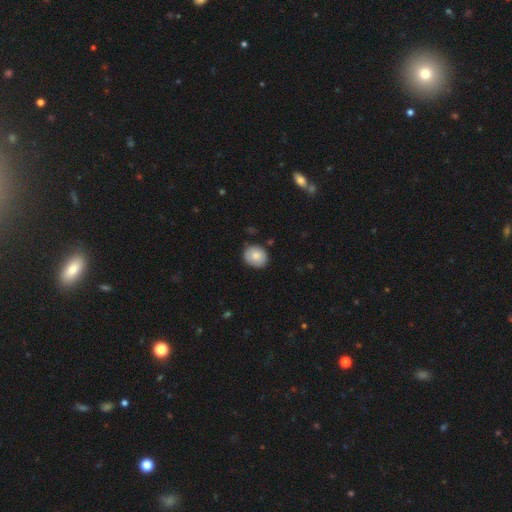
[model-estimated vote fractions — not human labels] This appears to be a smooth galaxy with no disk features (82%) that is round (69%). Merging: none (82%).